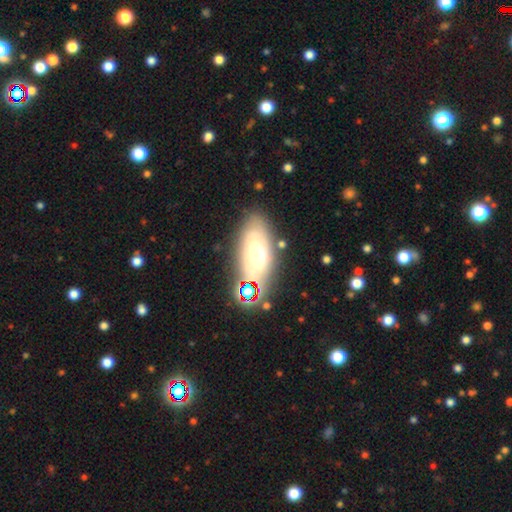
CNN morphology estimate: Smooth or featured? smooth (48%)
Merging? none (71%)